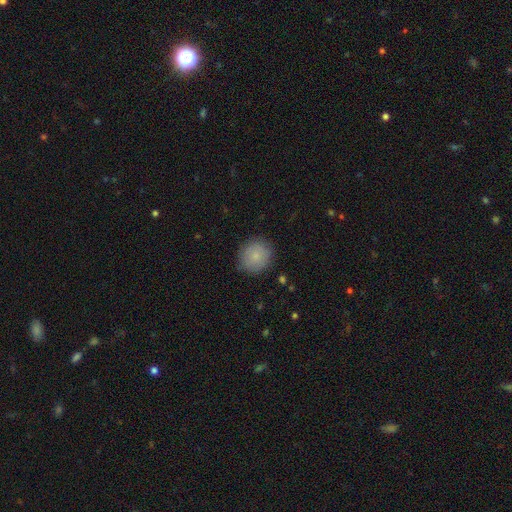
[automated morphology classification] smooth-or-featured: smooth: 83% | featured or disk: 9% | star or artifact: 8%
  how-rounded: round: 88% | in between: 11% | cigar-shaped: 1%
  merging: none: 85% | minor disturbance: 11% | major disturbance: 3% | merger: 1%